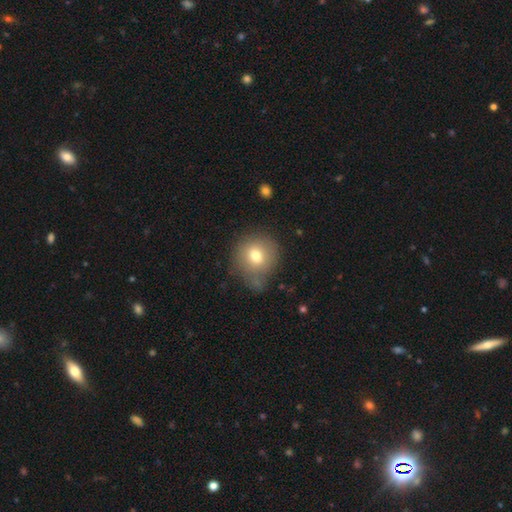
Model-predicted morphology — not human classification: This appears to be a smooth galaxy with no disk features (73%) that is round (85%). Merging: none (62%).